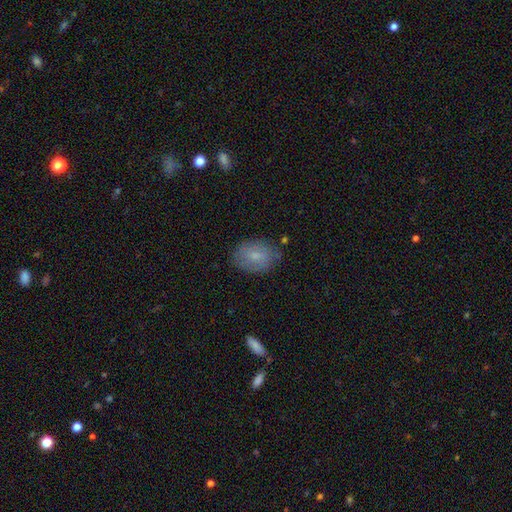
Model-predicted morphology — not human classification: Q: Smooth or featured?
A: smooth (72%); runner-up: featured or disk (20%)
Q: How rounded?
A: in between (73%); runner-up: round (25%)
Q: Merging?
A: none (77%); runner-up: minor disturbance (17%)